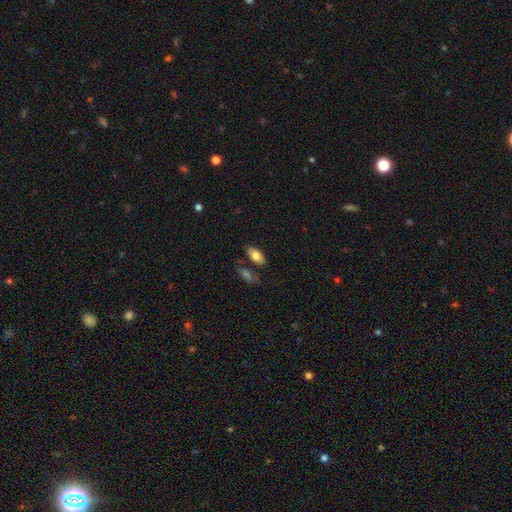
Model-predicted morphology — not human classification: This appears to be a smooth galaxy with no disk features (79%) that is in between round and cigar-shaped (92%). Merging: none (74%).